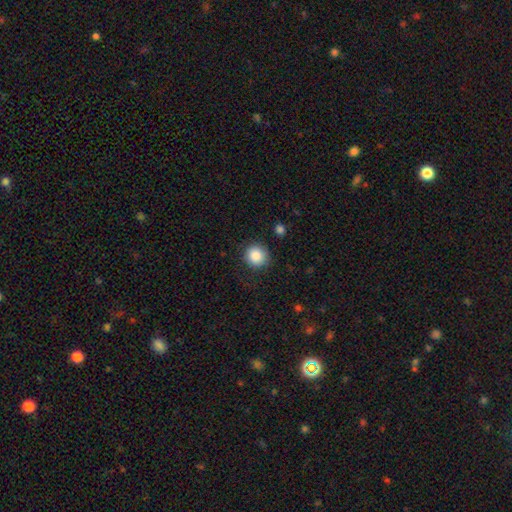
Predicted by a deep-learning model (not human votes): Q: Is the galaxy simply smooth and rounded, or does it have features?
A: smooth — 87%.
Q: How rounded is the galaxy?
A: round — 92%.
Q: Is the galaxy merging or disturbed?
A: none — 85%.